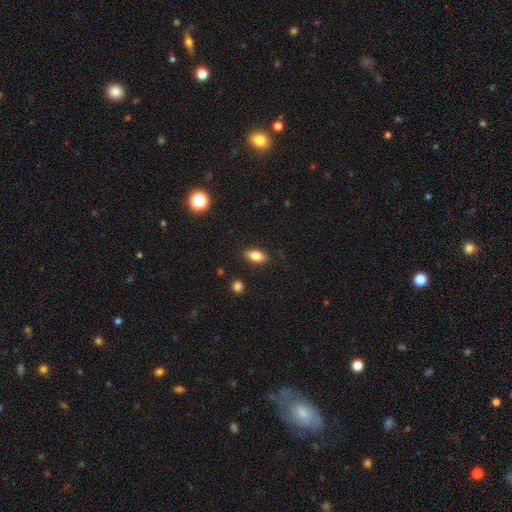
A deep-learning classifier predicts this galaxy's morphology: The model was most divided on "smooth or featured": smooth: 81%, featured or disk: 10%, star or artifact: 9%. More confident: how rounded — in between (88%); merging — none (87%).